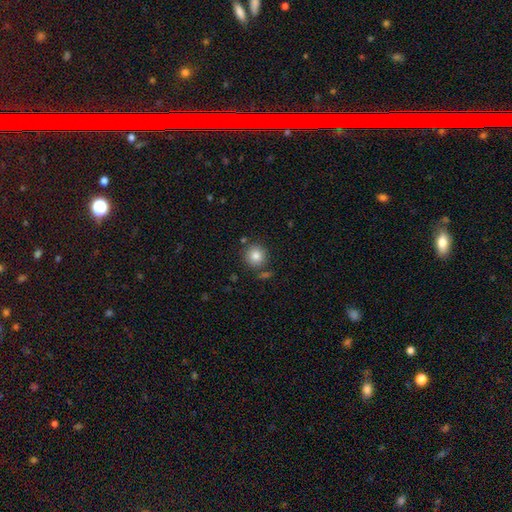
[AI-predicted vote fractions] The model was most divided on "merging": none: 82%, minor disturbance: 9%, merger: 7%, major disturbance: 3%. More confident: how rounded — round (93%); smooth or featured — smooth (84%).